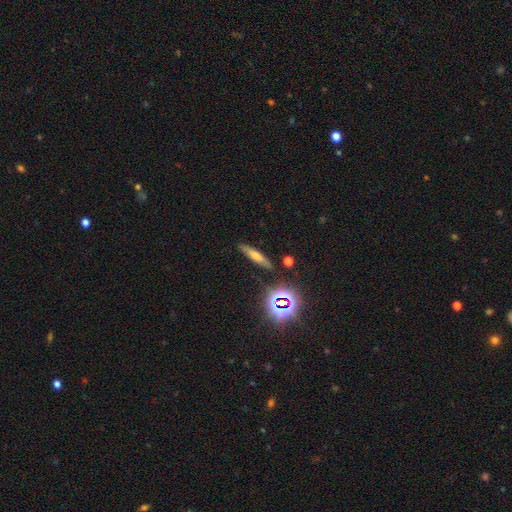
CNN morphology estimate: Smooth or featured? smooth (51%)
How rounded? cigar-shaped (77%)
Merging? none (84%)